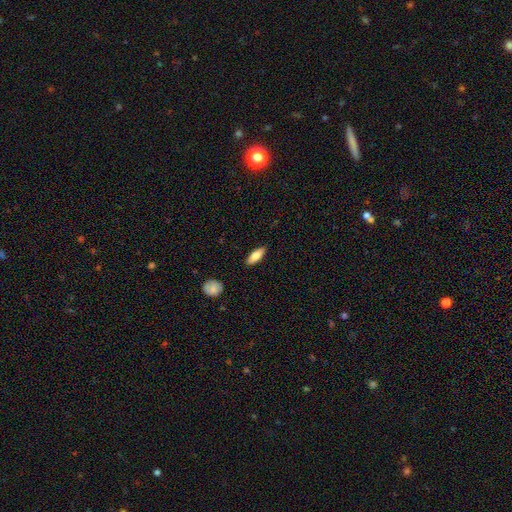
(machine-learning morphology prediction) This appears to be a smooth galaxy with no disk features (74%) that is in between round and cigar-shaped (66%). Merging: none (87%).